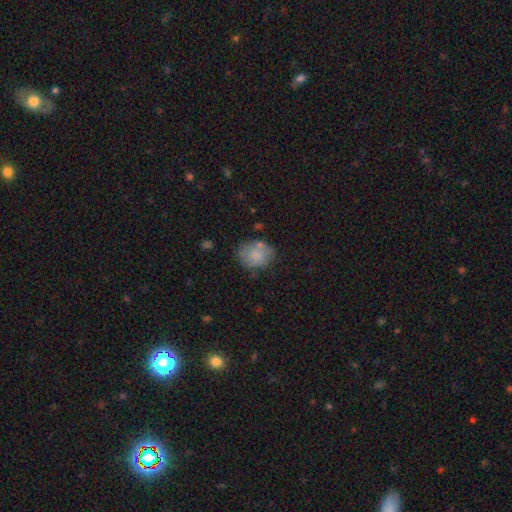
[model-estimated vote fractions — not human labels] Q: Smooth or featured?
A: smooth (75%); runner-up: featured or disk (17%)
Q: How rounded?
A: round (55%); runner-up: in between (44%)
Q: Merging?
A: none (59%); runner-up: minor disturbance (23%)